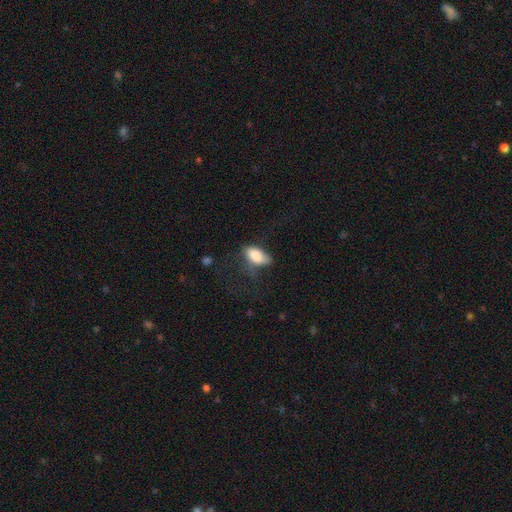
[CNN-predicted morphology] Smooth or featured? smooth (79%)
How rounded? in between (90%)
Merging? none (44%)